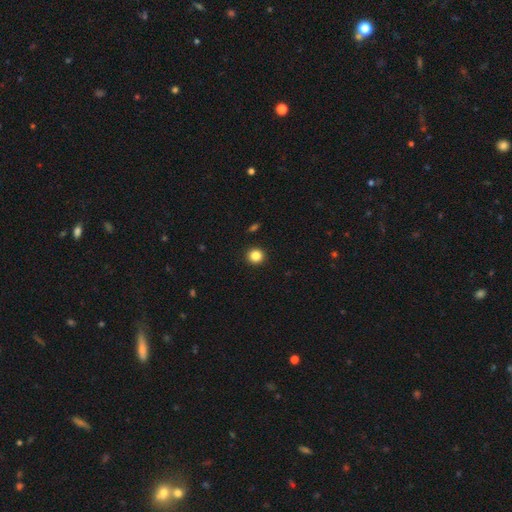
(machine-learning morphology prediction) Overall: smooth (85%). How rounded: round (92%). Merging: none (93%).